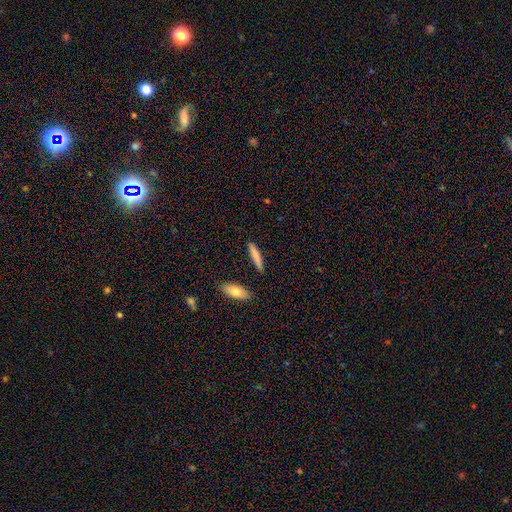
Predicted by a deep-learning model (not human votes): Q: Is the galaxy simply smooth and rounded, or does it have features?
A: smooth — 77%.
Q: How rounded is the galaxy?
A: cigar-shaped — 85%.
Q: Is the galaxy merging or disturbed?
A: none — 84%.